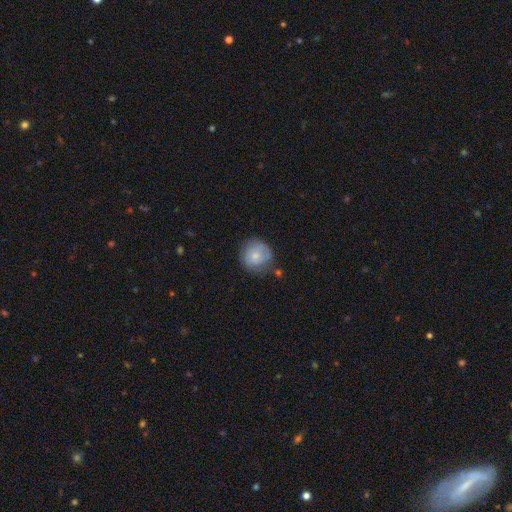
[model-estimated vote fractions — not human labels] smooth 72%, featured or disk 20%, star or artifact 7%. Down the decision tree: how rounded — round (90%); merging — none (64%).